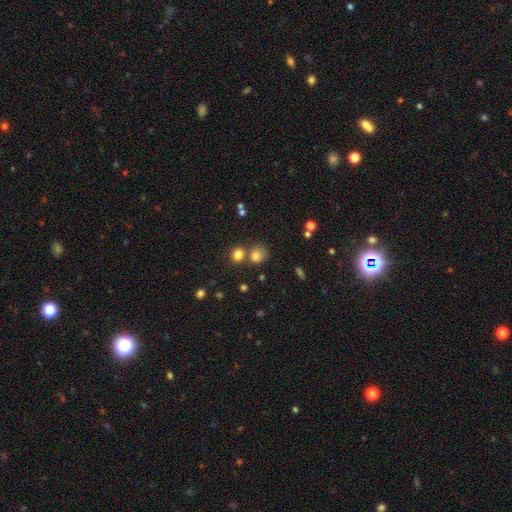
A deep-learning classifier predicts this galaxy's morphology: This appears to be a smooth galaxy with no disk features (78%) that is round (74%). Merging: none (58%).